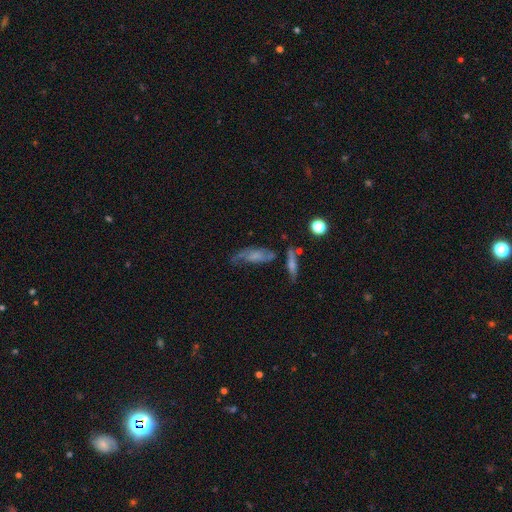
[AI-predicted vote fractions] Smooth or featured? Predicted: featured or disk (p=0.52). Edge-on disk? Predicted: no (p=0.77). Merging? Predicted: none (p=0.40).